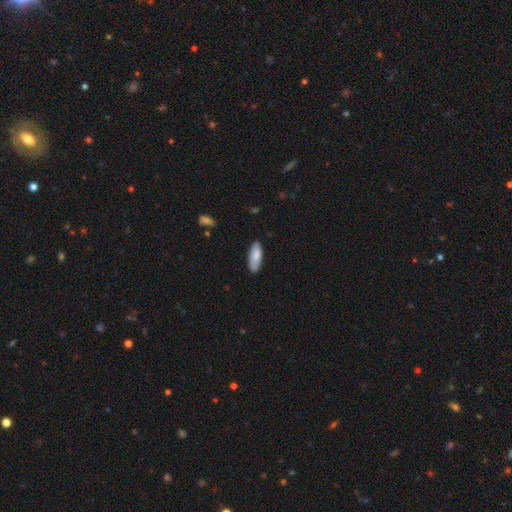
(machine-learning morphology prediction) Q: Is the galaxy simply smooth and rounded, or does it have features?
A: smooth — 80%.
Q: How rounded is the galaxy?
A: in between — 71%.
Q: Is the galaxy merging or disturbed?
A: none — 84%.